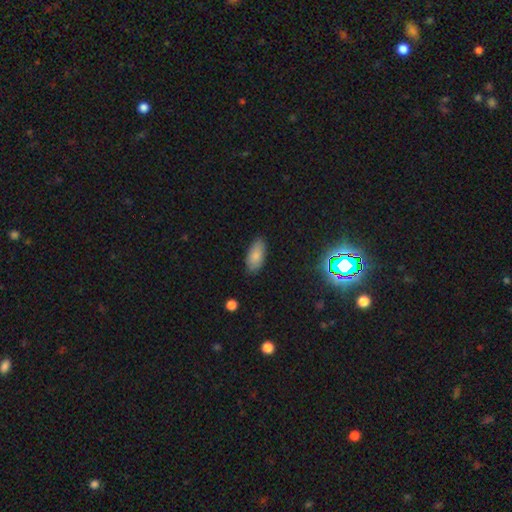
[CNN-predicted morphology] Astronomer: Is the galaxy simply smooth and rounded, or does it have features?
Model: smooth — 83%.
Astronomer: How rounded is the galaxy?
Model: in between — 90%.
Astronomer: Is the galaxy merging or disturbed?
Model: none — 84%.